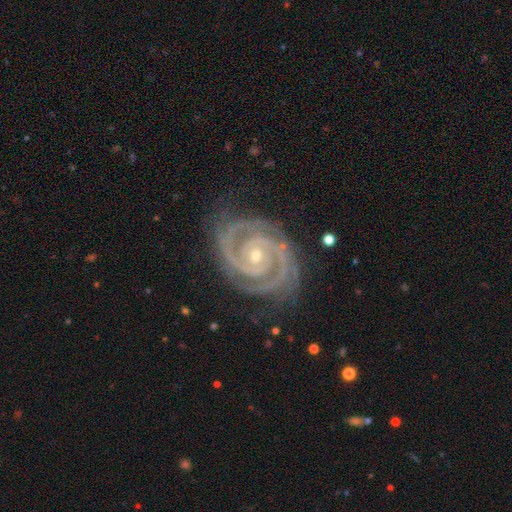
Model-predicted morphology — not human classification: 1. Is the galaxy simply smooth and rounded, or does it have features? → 94% featured or disk, 4% star or artifact, 2% smooth.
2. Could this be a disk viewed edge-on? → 98% no, 2% yes.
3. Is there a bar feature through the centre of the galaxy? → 63% no, 22% weak, 15% strong.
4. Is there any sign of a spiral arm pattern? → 99% yes, 1% no.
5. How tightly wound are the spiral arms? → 82% tight, 16% medium, 2% loose.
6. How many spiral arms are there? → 82% 2, 9% 3, 3% can't tell, 2% 4, 2% more than 4, 2% 1.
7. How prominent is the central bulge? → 70% small, 27% moderate, 1% large, 1% none, 1% dominant.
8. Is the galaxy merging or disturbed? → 81% none, 14% minor disturbance, 4% major disturbance, 1% merger.